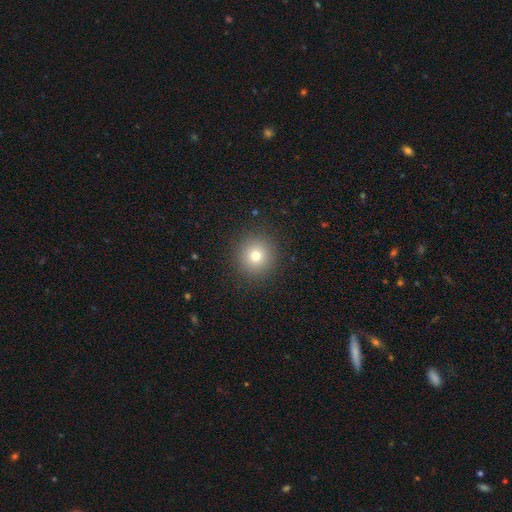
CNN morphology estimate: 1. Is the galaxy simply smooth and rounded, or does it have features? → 76% smooth, 14% star or artifact, 10% featured or disk.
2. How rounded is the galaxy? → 95% round, 4% in between, 1% cigar-shaped.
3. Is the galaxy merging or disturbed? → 91% none, 6% minor disturbance, 3% major disturbance, 1% merger.